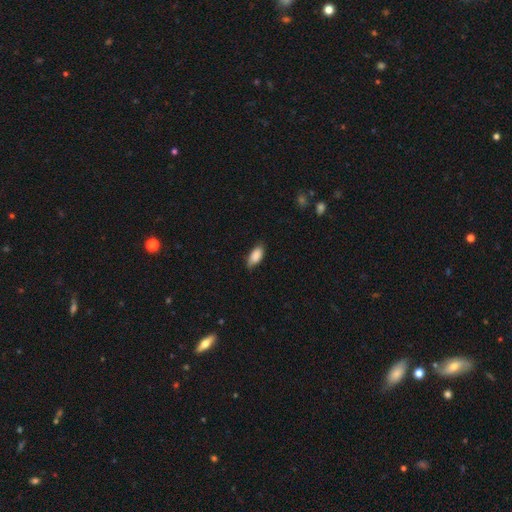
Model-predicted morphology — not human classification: Smooth or featured: smooth — 86% (featured or disk — 7%)
How rounded: in between — 90% (cigar-shaped — 7%)
Merging: none — 72% (minor disturbance — 23%)